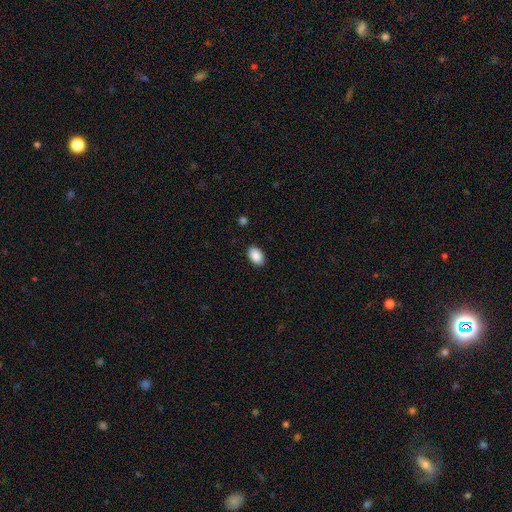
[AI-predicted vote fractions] smooth-or-featured: smooth: 90% | star or artifact: 7% | featured or disk: 3%
  how-rounded: in between: 88% | round: 11% | cigar-shaped: 1%
  merging: none: 89% | minor disturbance: 8% | major disturbance: 2% | merger: 1%